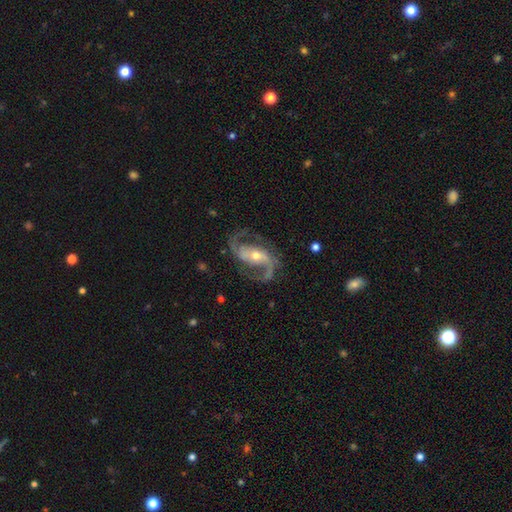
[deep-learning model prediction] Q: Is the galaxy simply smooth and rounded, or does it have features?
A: featured or disk — 92%.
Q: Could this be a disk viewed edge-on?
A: no — 97%.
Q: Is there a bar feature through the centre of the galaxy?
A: weak — 36%.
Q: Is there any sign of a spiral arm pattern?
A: yes — 98%.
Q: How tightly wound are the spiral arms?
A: medium — 53%.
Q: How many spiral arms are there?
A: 2 — 92%.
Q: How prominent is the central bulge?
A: moderate — 54%.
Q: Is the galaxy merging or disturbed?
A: none — 77%.